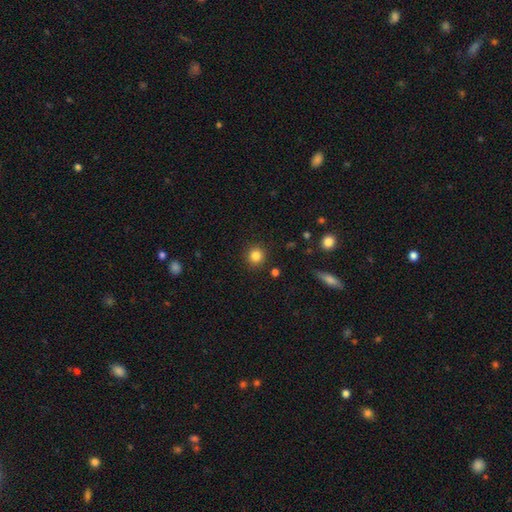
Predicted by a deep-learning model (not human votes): Smooth or featured? Predicted: smooth (p=0.84). How rounded? Predicted: round (p=0.92). Merging? Predicted: none (p=0.90).